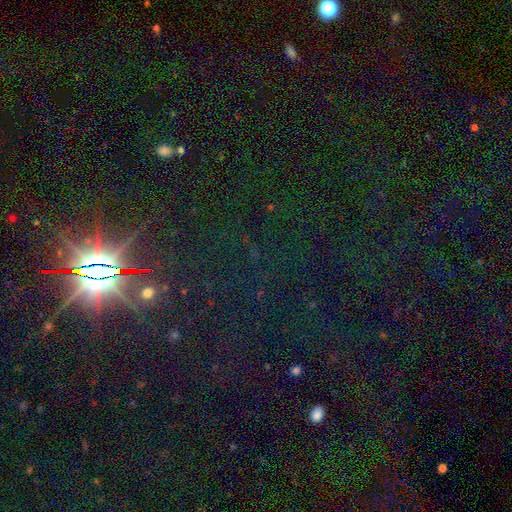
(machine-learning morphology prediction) type=star or artifact (84%).